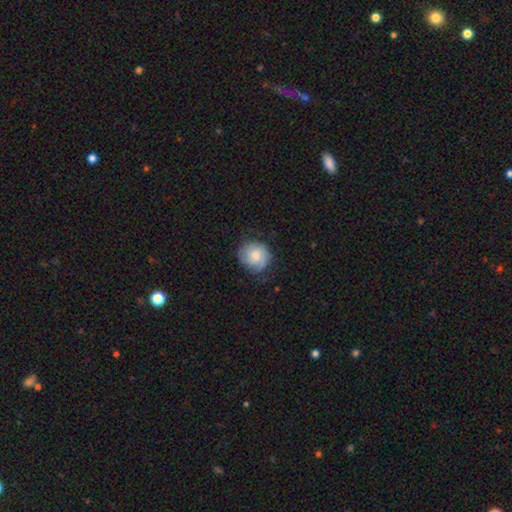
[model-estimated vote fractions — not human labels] Smooth or featured? Predicted: smooth (p=0.54). How rounded? Predicted: round (p=0.83). Merging? Predicted: none (p=0.69).